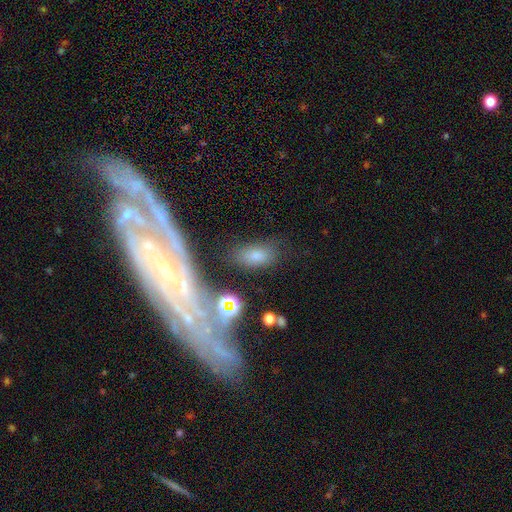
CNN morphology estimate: smooth 72%, star or artifact 14%, featured or disk 13%. Down the decision tree: how rounded — in between (87%); merging — none (76%).